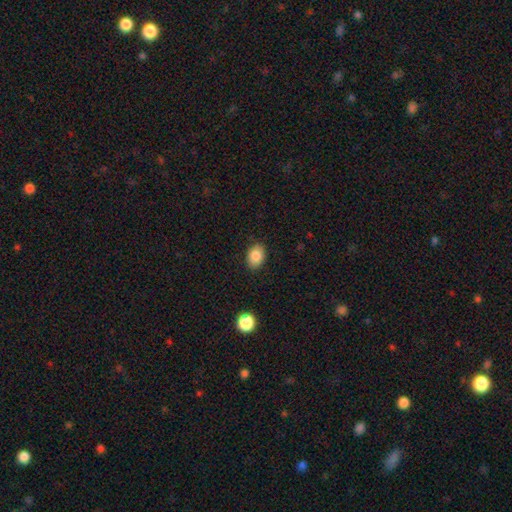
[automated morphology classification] Smooth or featured?
  - smooth: 85% *
  - star or artifact: 8%
  - featured or disk: 7%
How rounded?
  - in between: 76% *
  - round: 23%
  - cigar-shaped: 1%
Merging?
  - none: 86% *
  - minor disturbance: 10%
  - major disturbance: 2%
  - merger: 1%